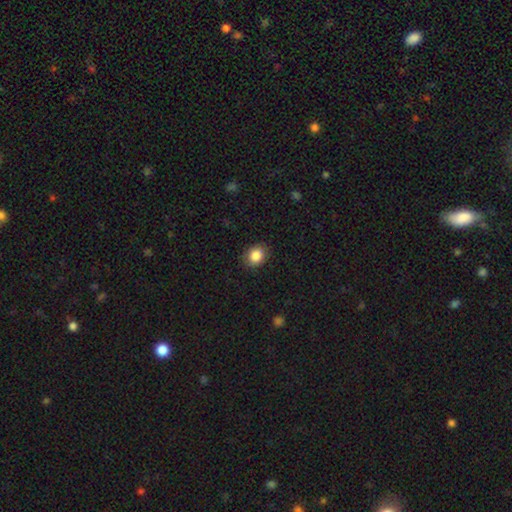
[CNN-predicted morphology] type=smooth (86%); roundness=round (58%); merging=none (87%).